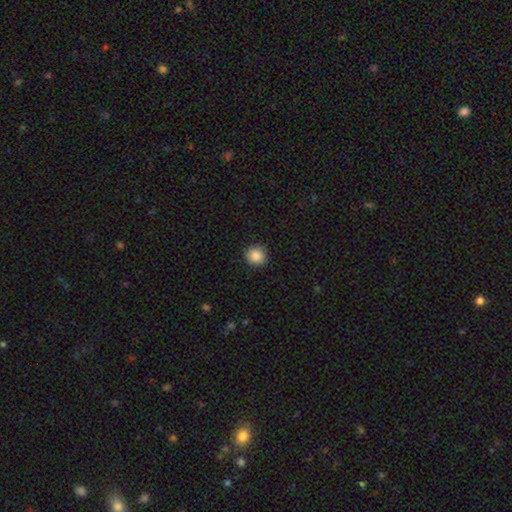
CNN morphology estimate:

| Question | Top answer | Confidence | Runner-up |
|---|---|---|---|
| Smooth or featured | smooth | 88% | star or artifact (9%) |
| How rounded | round | 90% | in between (9%) |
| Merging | none | 90% | minor disturbance (7%) |